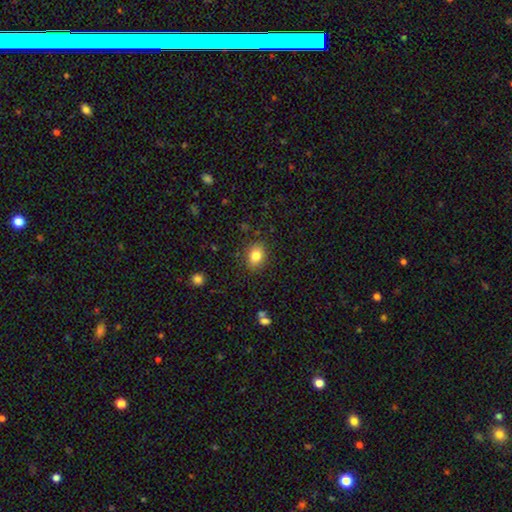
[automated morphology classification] This is clearly a smooth galaxy (82%). How rounded: possibly in between (58%). Merging: clearly none (86%).